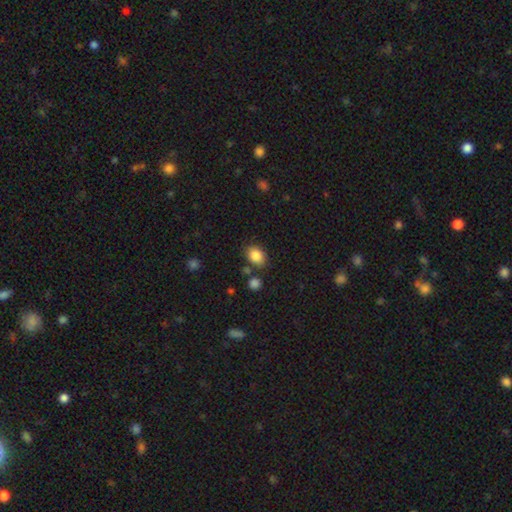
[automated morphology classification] A smooth galaxy with no disk features (86%) that is in between round and cigar-shaped (65%).

Vote fractions:
- Smooth or featured? smooth: 86% / star or artifact: 9% / featured or disk: 5%
- How rounded? in between: 65% / round: 34% / cigar-shaped: 1%
- Merging? none: 76% / minor disturbance: 13% / merger: 7% / major disturbance: 4%